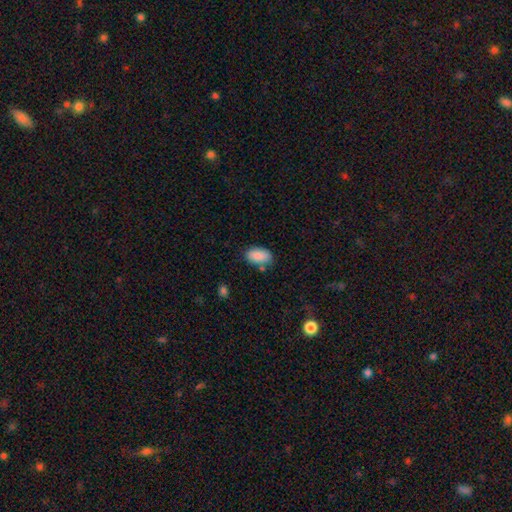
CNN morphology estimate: Q: Smooth or featured?
A: smooth (88%); runner-up: star or artifact (7%)
Q: How rounded?
A: in between (93%); runner-up: round (6%)
Q: Merging?
A: none (72%); runner-up: minor disturbance (18%)